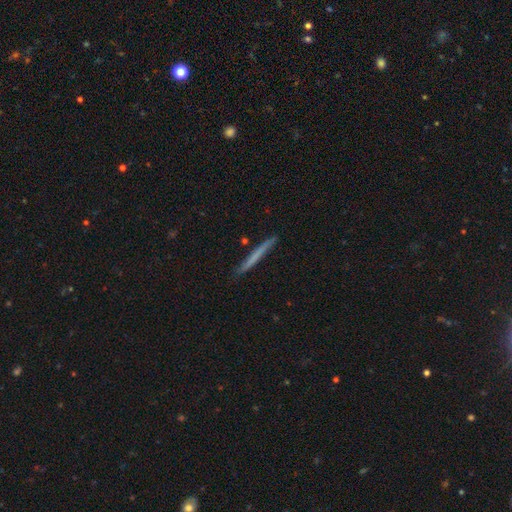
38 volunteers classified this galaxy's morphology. Volunteers were most divided on "smooth or featured": smooth: 53%, featured or disk: 42%, star or artifact: 5%. More confident: how rounded — cigar-shaped (90%); merging — none (89%).